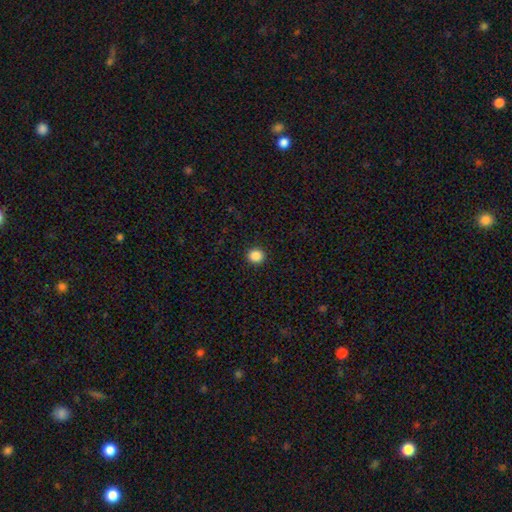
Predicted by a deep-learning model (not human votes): smooth_or_featured: smooth (p=0.87) [alt: star or artifact p=0.10]
how_rounded: round (p=0.91) [alt: in between p=0.08]
merging: none (p=0.93) [alt: minor disturbance p=0.04]